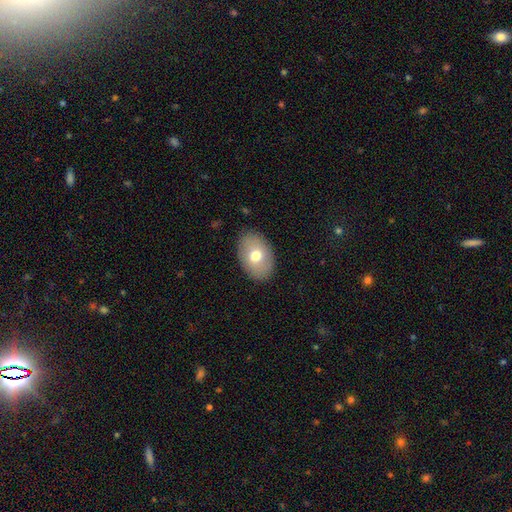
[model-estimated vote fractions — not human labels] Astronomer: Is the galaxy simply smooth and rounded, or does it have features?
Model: smooth — 71%.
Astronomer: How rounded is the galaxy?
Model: in between — 85%.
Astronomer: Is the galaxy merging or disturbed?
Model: none — 87%.